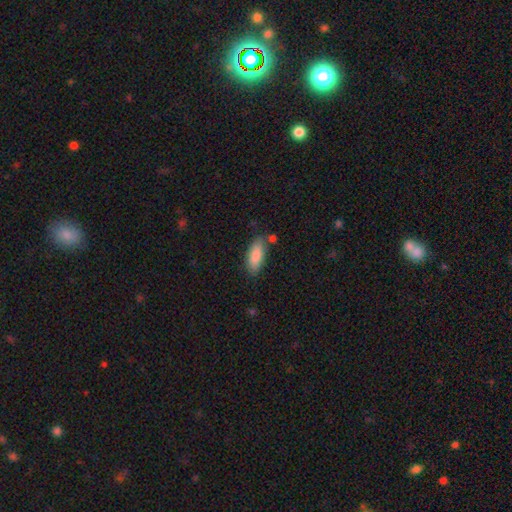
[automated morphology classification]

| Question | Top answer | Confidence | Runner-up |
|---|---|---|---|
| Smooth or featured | smooth | 87% | featured or disk (7%) |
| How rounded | in between | 78% | cigar-shaped (20%) |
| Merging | none | 75% | minor disturbance (15%) |